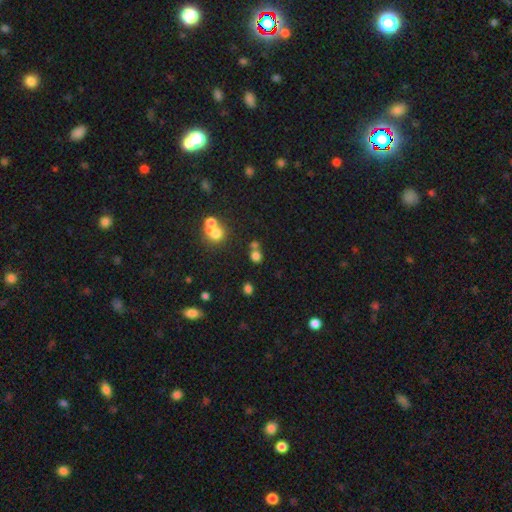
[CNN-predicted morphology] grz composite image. It shows a smooth galaxy with no disk features (72%) that is round (79%). Merging: none (56%).